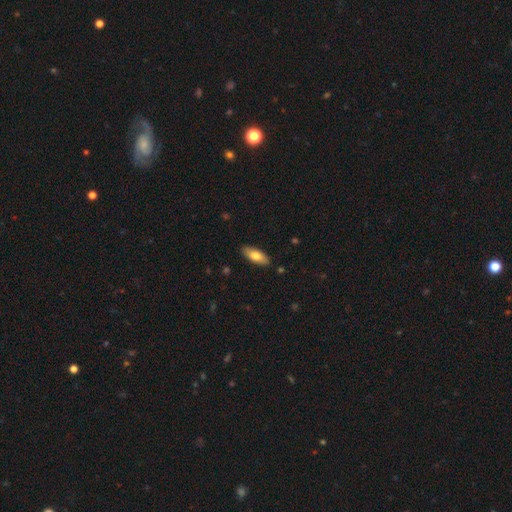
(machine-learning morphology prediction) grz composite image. It shows a smooth galaxy with no disk features (75%) that is in between round and cigar-shaped (78%). Merging: none (88%).